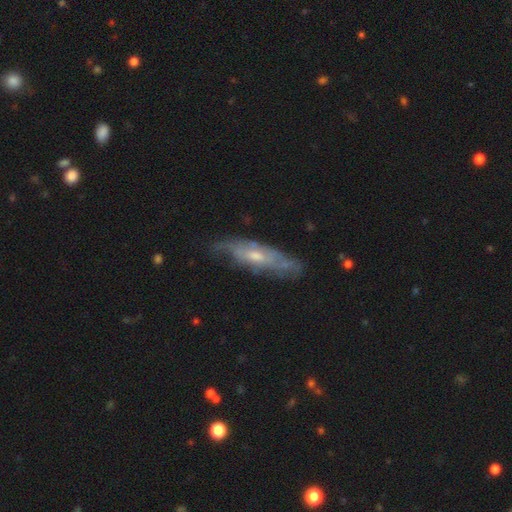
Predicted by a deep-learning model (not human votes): smooth-or-featured: featured or disk: 60% | smooth: 26% | star or artifact: 14%
  disk-edge-on: no: 50% (tied) | yes: 50% (tied)
  merging: none: 79% | minor disturbance: 15% | major disturbance: 4% | merger: 2%